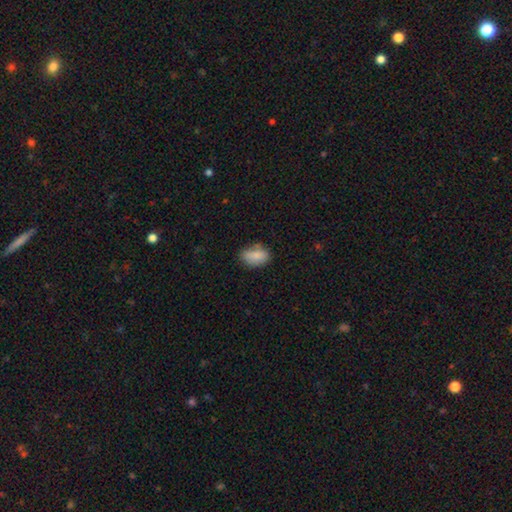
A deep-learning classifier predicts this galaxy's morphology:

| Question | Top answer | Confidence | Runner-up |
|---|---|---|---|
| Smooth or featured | smooth | 85% | featured or disk (8%) |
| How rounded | in between | 88% | round (9%) |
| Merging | none | 68% | minor disturbance (23%) |